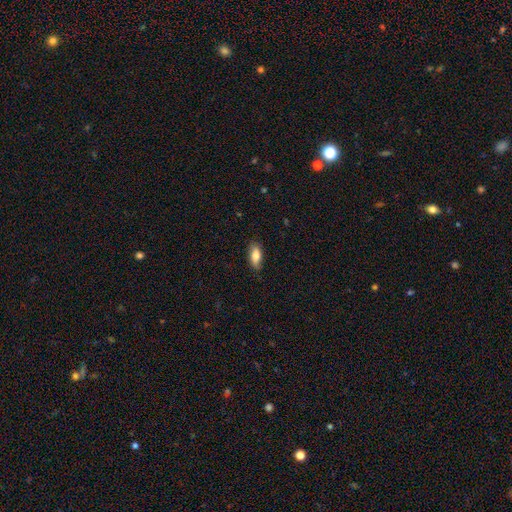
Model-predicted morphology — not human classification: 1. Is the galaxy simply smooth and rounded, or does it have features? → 76% smooth, 17% featured or disk, 7% star or artifact.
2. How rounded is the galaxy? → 83% in between, 14% cigar-shaped, 3% round.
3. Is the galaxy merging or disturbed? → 78% none, 18% minor disturbance, 3% major disturbance, 1% merger.